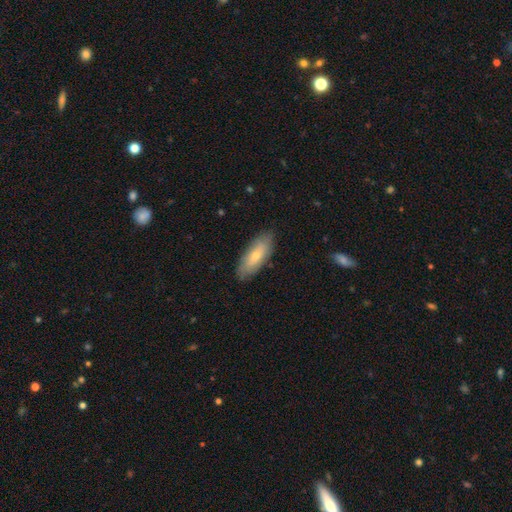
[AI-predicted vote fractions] smooth_or_featured: smooth (p=0.67) [alt: featured or disk p=0.27]
how_rounded: in between (p=0.73) [alt: cigar-shaped p=0.25]
merging: none (p=0.84) [alt: minor disturbance p=0.12]